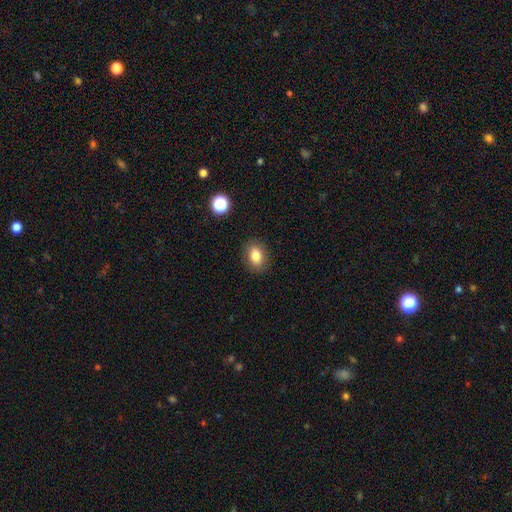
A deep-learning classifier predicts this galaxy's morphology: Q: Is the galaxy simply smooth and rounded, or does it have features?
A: smooth — 83%.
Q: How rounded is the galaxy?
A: in between — 72%.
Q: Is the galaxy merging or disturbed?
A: none — 87%.